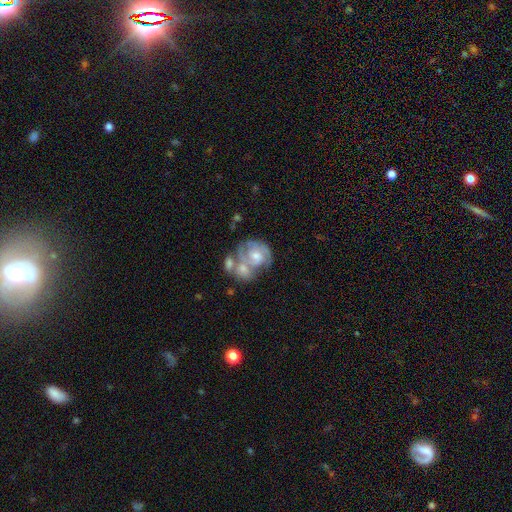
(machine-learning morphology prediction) Smooth or featured? Predicted: featured or disk (p=0.74). Edge-on disk? Predicted: no (p=0.98). Bar? Predicted: no (p=0.74). Spiral arms? Predicted: yes (p=0.73). Spiral winding? Predicted: tight (p=0.58). Spiral arm count? Predicted: 2 (p=0.39). Bulge size? Predicted: moderate (p=0.59). Merging? Predicted: merger (p=0.51).